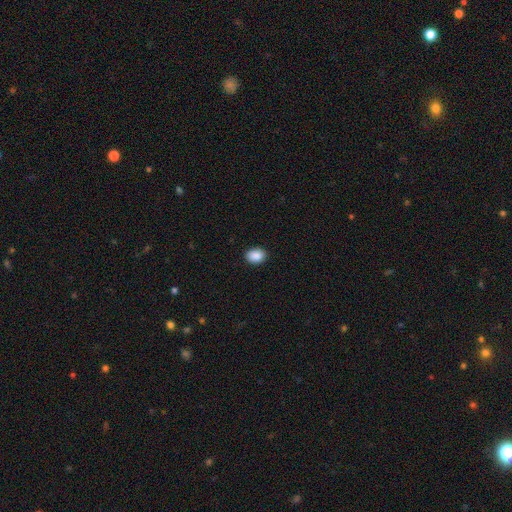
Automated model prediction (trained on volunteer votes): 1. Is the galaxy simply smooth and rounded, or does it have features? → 90% smooth, 7% star or artifact, 3% featured or disk.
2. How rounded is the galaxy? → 70% in between, 29% round, 1% cigar-shaped.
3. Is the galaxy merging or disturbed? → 90% none, 8% minor disturbance, 2% major disturbance, 1% merger.